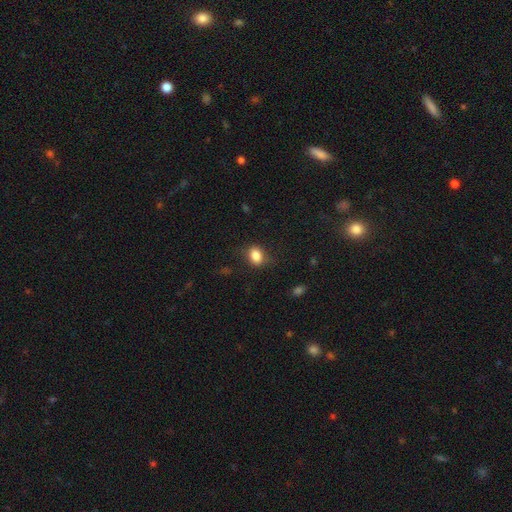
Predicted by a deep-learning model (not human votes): smooth 84%, star or artifact 9%, featured or disk 7%. Down the decision tree: how rounded — in between (65%); merging — none (76%).